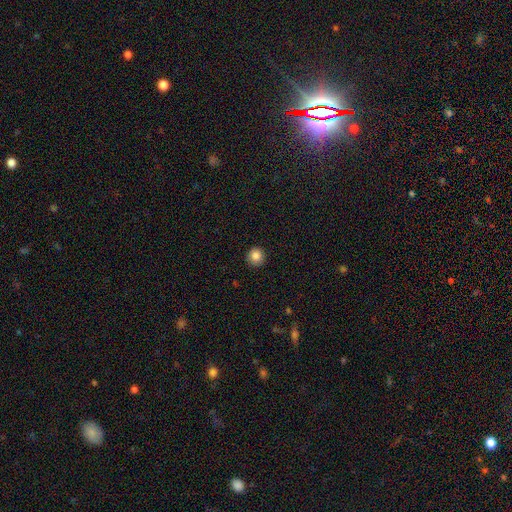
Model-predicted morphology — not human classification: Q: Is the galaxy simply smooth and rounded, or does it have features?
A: smooth — 85%.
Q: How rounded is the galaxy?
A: round — 94%.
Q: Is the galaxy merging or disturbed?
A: none — 90%.